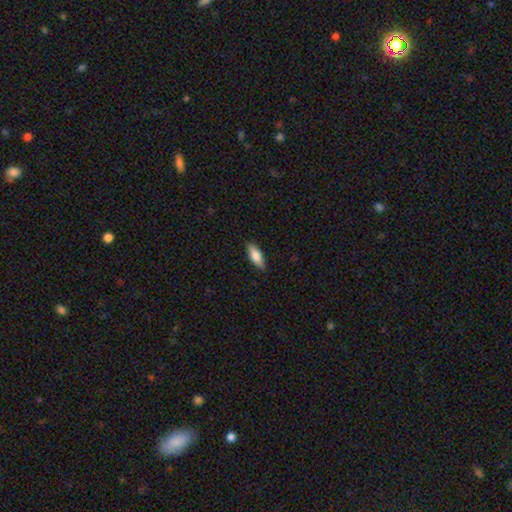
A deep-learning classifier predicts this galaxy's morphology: Smooth or featured? smooth (81%)
How rounded? in between (71%)
Merging? none (87%)